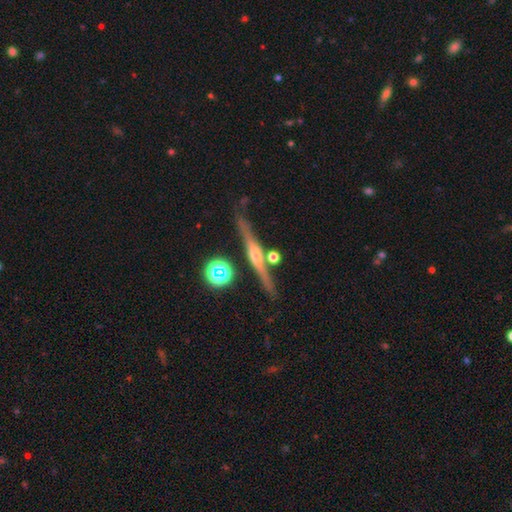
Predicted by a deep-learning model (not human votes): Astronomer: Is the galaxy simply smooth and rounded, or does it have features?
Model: featured or disk — 78%.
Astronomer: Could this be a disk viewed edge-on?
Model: yes — 96%.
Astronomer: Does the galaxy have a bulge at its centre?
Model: rounded — 80%.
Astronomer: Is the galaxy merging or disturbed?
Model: none — 81%.